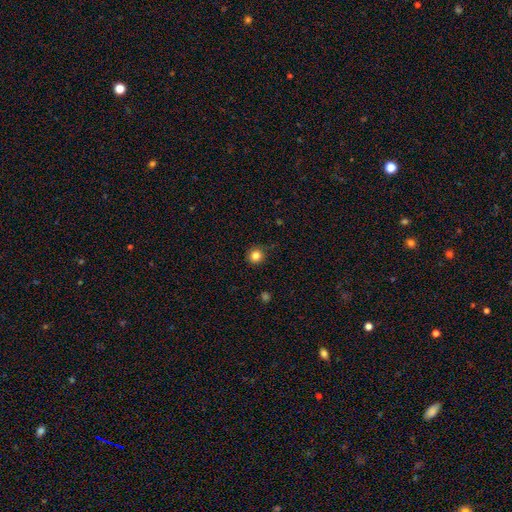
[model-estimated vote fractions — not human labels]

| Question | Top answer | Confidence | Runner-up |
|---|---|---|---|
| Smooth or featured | smooth | 83% | star or artifact (12%) |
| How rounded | round | 93% | in between (6%) |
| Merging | none | 84% | minor disturbance (11%) |